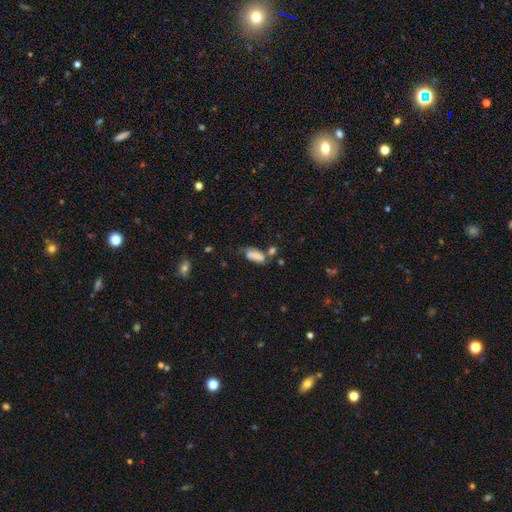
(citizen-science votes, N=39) Smooth or featured?
  - smooth: 67% *
  - featured or disk: 23%
  - star or artifact: 10%
How rounded?
  - in between: 81% *
  - cigar-shaped: 19%
  - round: 0%
Merging?
  - none: 51% *
  - merger: 23%
  - minor disturbance: 20%
  - major disturbance: 6%